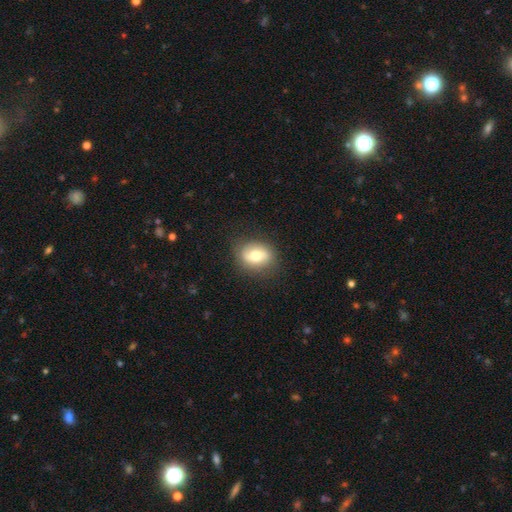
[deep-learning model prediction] Smooth or featured?
  - smooth: 63% *
  - featured or disk: 28%
  - star or artifact: 8%
How rounded?
  - round: 50% *
  - in between: 48%
  - cigar-shaped: 1%
Merging?
  - none: 82% *
  - minor disturbance: 13%
  - major disturbance: 4%
  - merger: 1%